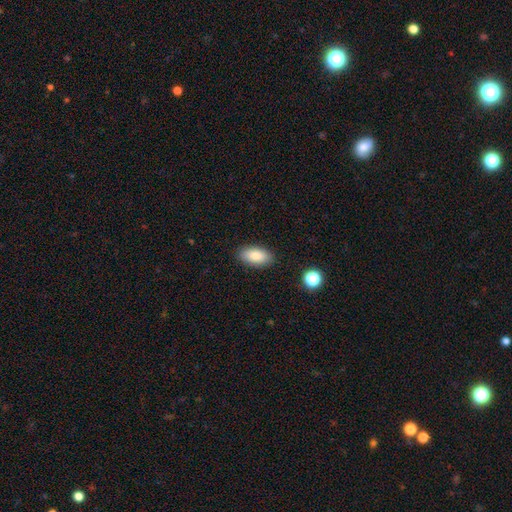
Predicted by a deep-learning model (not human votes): Smooth or featured? smooth (86%)
How rounded? in between (92%)
Merging? none (88%)